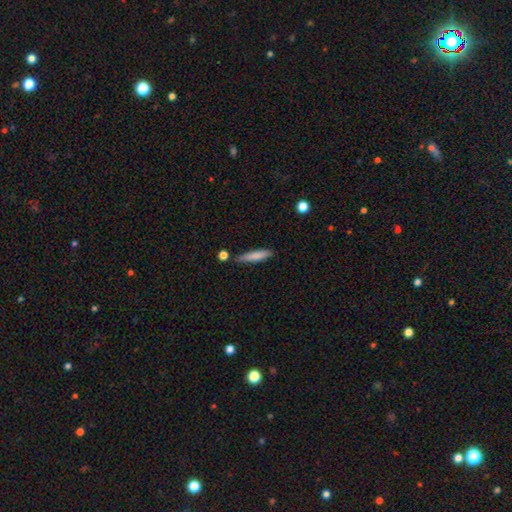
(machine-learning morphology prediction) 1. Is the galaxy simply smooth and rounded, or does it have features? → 79% smooth, 15% featured or disk, 6% star or artifact.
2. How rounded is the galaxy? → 85% cigar-shaped, 13% in between, 2% round.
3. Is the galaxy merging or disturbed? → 75% none, 16% minor disturbance, 5% merger, 3% major disturbance.